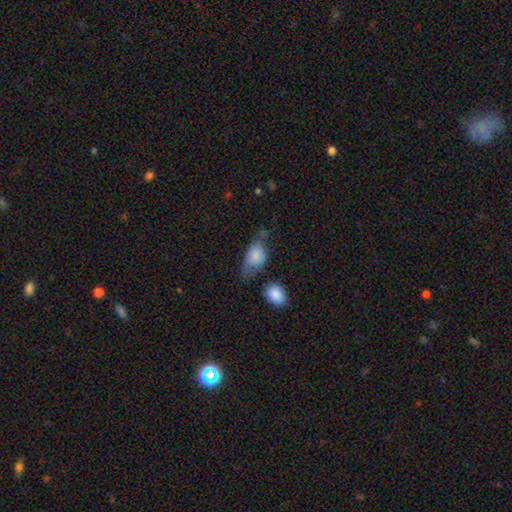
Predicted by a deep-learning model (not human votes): Overall: smooth (76%). How rounded: in between (85%). Merging: none (34%; minor disturbance 33%).